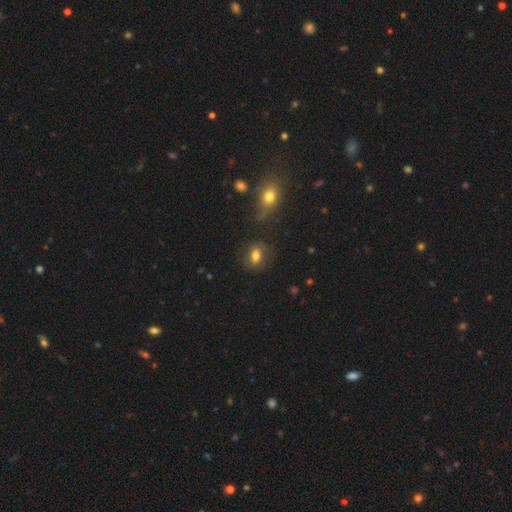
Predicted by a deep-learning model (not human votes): Smooth or featured: smooth — 78% (featured or disk — 11%)
How rounded: in between — 63% (round — 35%)
Merging: none — 78% (minor disturbance — 14%)